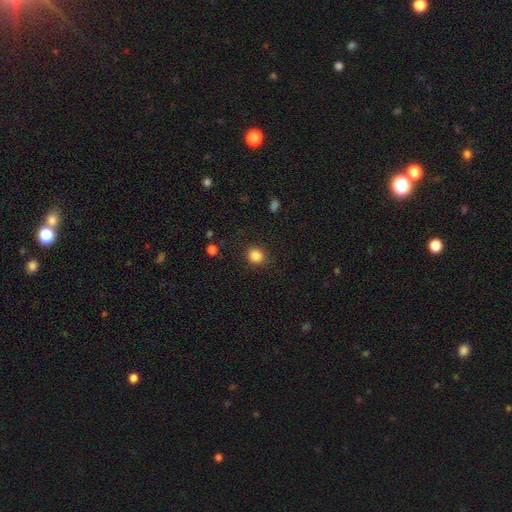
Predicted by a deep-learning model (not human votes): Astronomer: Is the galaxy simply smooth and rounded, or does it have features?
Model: smooth — 85%.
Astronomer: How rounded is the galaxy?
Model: round — 82%.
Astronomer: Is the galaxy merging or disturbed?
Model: none — 88%.